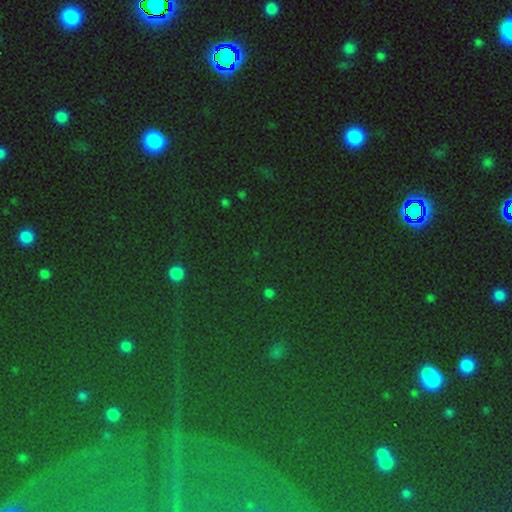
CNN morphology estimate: star or artifact 78%, smooth 13%, featured or disk 8%.